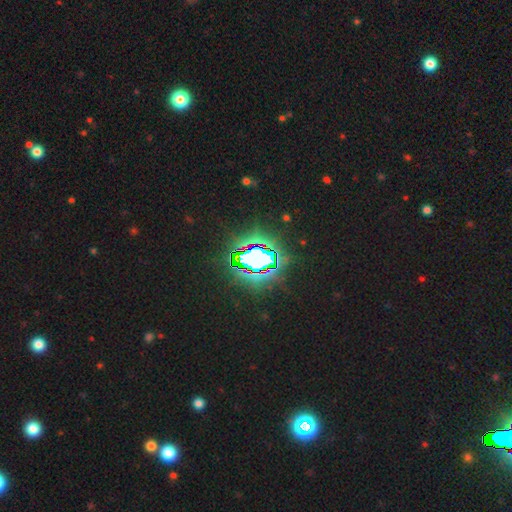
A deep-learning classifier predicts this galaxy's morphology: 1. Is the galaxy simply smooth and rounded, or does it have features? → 75% star or artifact, 14% smooth, 11% featured or disk.